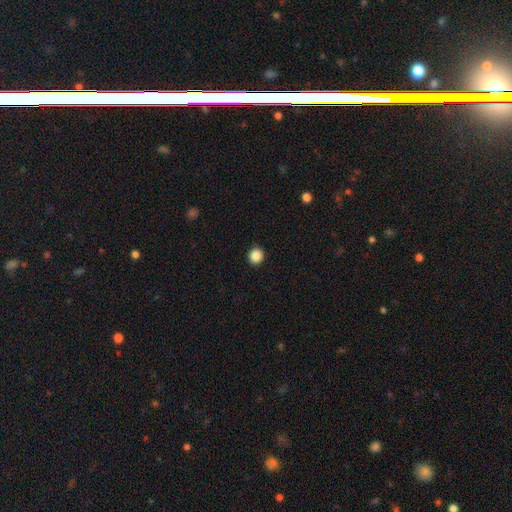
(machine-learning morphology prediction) Q: Smooth or featured?
A: smooth (87%); runner-up: star or artifact (10%)
Q: How rounded?
A: round (87%); runner-up: in between (12%)
Q: Merging?
A: none (92%); runner-up: minor disturbance (5%)